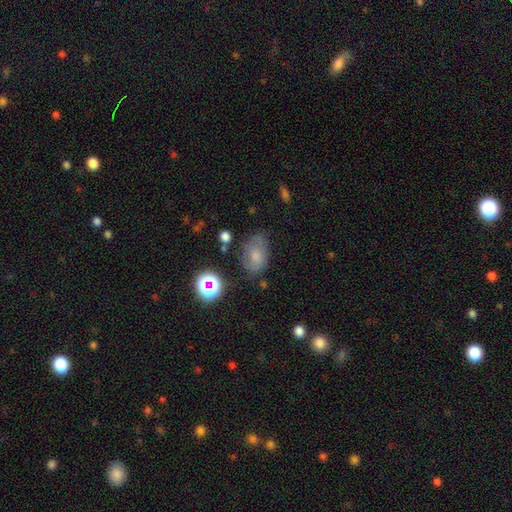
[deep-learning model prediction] This appears to be a smooth galaxy with no disk features (68%) that is in between round and cigar-shaped (80%). Merging: none (60%).